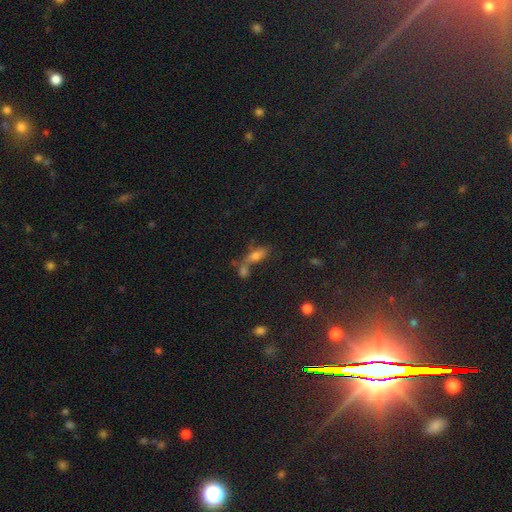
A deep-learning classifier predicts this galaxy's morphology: Smooth or featured? Predicted: smooth (p=0.66). How rounded? Predicted: in between (p=0.71). Merging? Predicted: merger (p=0.43).